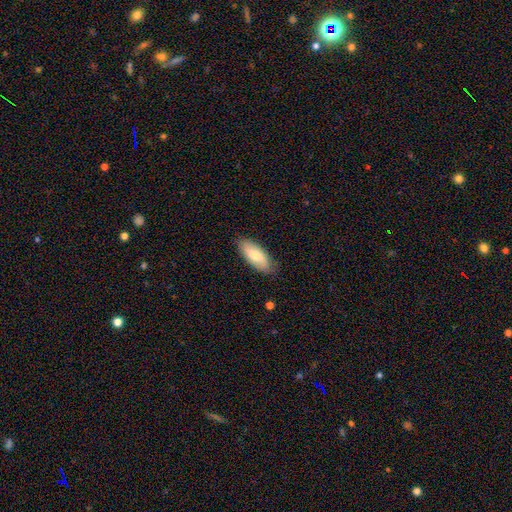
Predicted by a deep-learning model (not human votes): The model was most divided on "smooth or featured": smooth: 67%, featured or disk: 27%, star or artifact: 6%. More confident: merging — none (84%); how rounded — in between (83%).